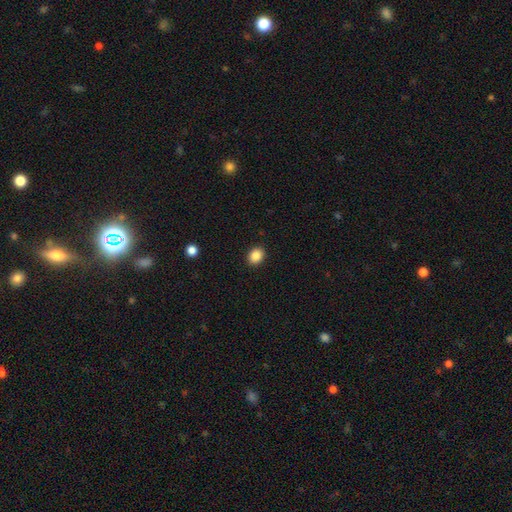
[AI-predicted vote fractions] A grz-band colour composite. It shows a smooth galaxy with no disk features (87%) that is round (50%). Merging: none (91%).